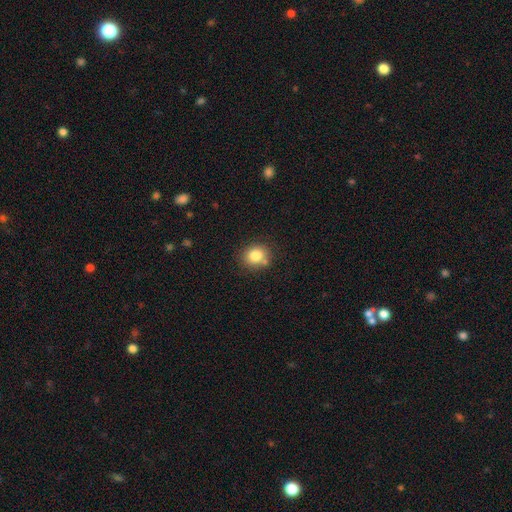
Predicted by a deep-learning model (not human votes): Overall: smooth (82%). How rounded: round (73%). Merging: none (74%).